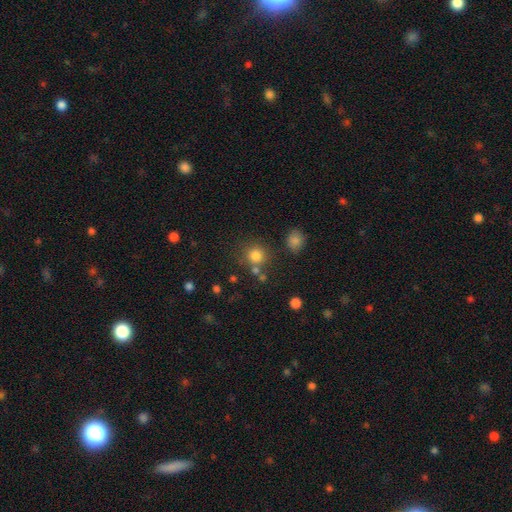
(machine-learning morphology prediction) Q: Smooth or featured?
A: smooth (81%); runner-up: star or artifact (13%)
Q: How rounded?
A: round (91%); runner-up: in between (8%)
Q: Merging?
A: none (72%); runner-up: merger (13%)